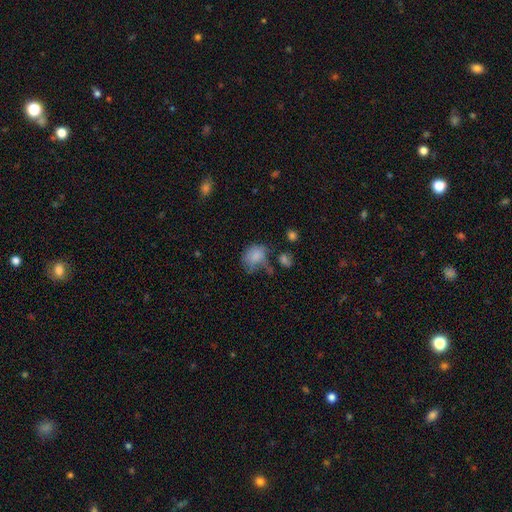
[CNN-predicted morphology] Q: Smooth or featured?
A: smooth (76%); runner-up: featured or disk (13%)
Q: How rounded?
A: in between (61%); runner-up: round (38%)
Q: Merging?
A: none (37%); runner-up: minor disturbance (29%)